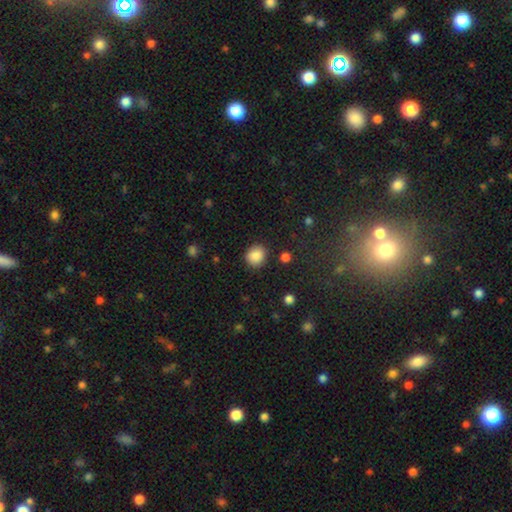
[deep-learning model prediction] Q: Smooth or featured?
A: smooth (87%); runner-up: star or artifact (9%)
Q: How rounded?
A: round (81%); runner-up: in between (18%)
Q: Merging?
A: none (89%); runner-up: minor disturbance (7%)